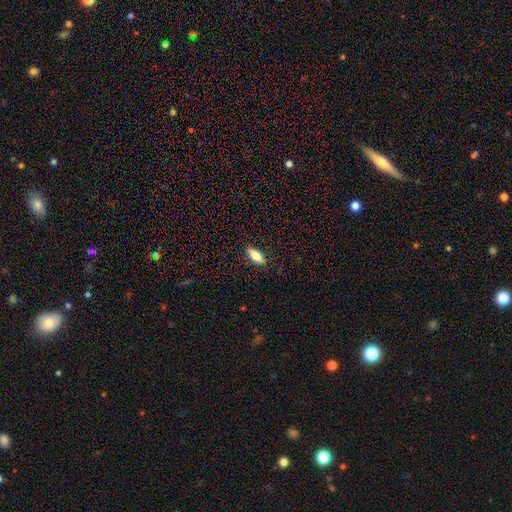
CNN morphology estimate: Smooth or featured?
  - smooth: 64% *
  - featured or disk: 29%
  - star or artifact: 7%
How rounded?
  - in between: 72% *
  - cigar-shaped: 25%
  - round: 3%
Merging?
  - none: 89% *
  - minor disturbance: 8%
  - major disturbance: 2%
  - merger: 1%